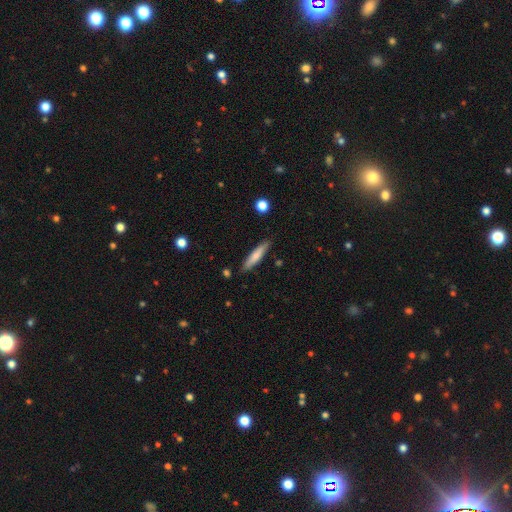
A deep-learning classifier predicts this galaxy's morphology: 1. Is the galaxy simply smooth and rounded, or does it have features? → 71% smooth, 23% featured or disk, 6% star or artifact.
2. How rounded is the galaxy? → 86% cigar-shaped, 12% in between, 1% round.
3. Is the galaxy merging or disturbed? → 87% none, 10% minor disturbance, 2% major disturbance, 2% merger.